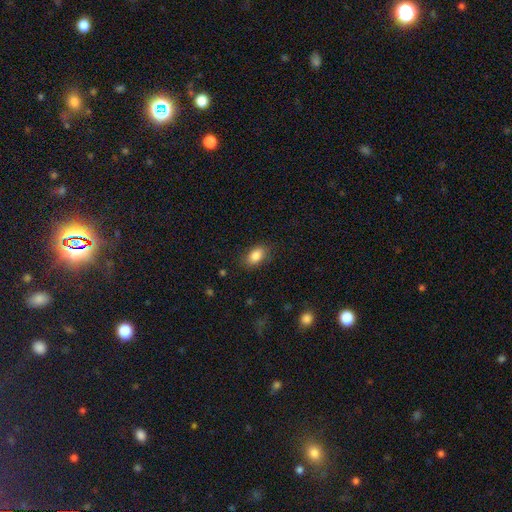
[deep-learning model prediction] Smooth or featured: smooth — 85% (star or artifact — 8%)
How rounded: in between — 88% (round — 9%)
Merging: none — 84% (minor disturbance — 11%)